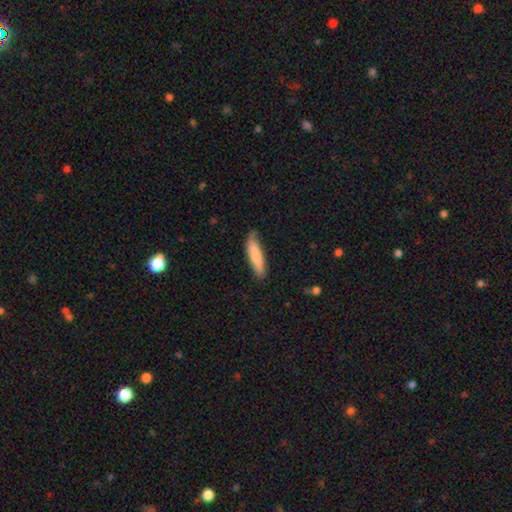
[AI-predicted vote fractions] A smooth galaxy with no disk features (78%) that is cigar-shaped (72%). Merging: none (72%).